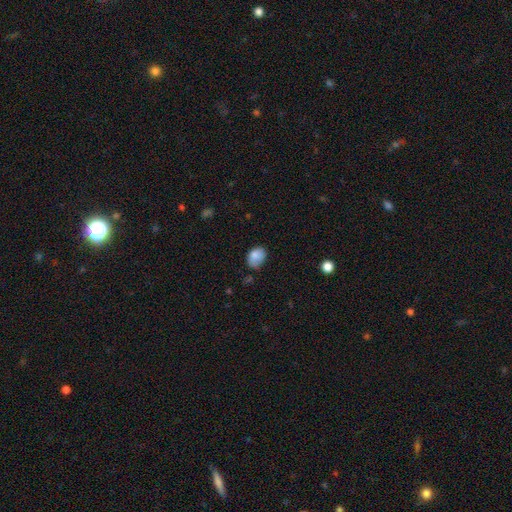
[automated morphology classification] Smooth or featured: smooth — 83% (star or artifact — 9%)
How rounded: in between — 72% (round — 27%)
Merging: none — 55% (minor disturbance — 33%)